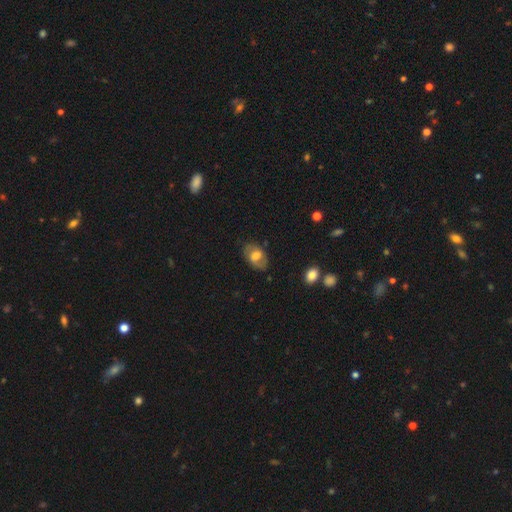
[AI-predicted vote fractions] Morphology: type=smooth (52%); roundness=in between (84%); merging=none (75%).